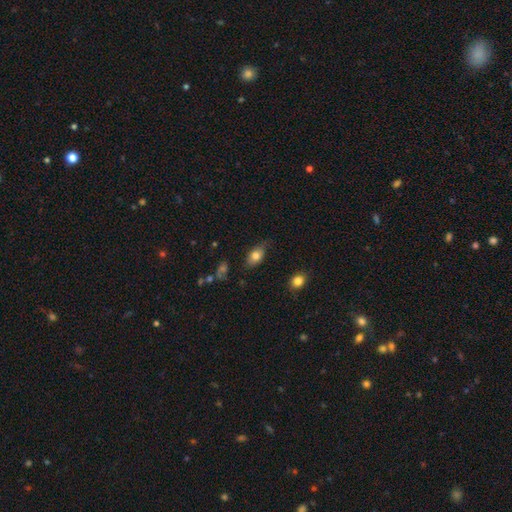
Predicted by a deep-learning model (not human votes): A smooth galaxy with no disk features (76%) that is in between round and cigar-shaped (86%). Merging: none (66%).